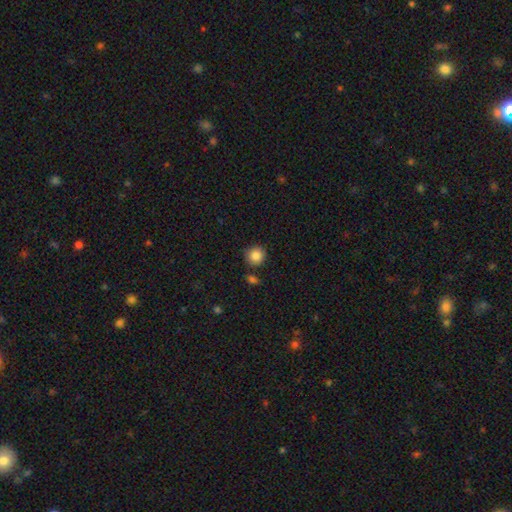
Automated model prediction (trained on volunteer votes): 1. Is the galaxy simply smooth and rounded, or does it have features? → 86% smooth, 9% star or artifact, 5% featured or disk.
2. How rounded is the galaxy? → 92% round, 7% in between, 1% cigar-shaped.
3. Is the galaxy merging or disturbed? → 82% none, 10% minor disturbance, 5% merger, 2% major disturbance.